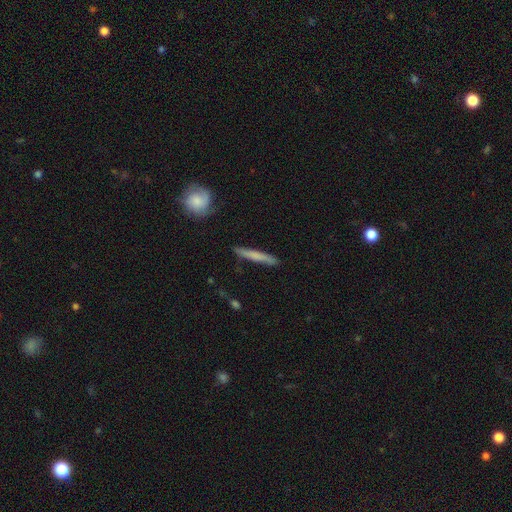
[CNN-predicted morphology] type=smooth (61%); roundness=cigar-shaped (94%); merging=none (85%).